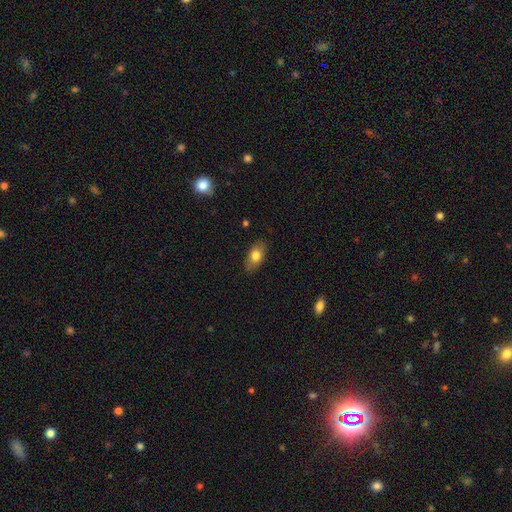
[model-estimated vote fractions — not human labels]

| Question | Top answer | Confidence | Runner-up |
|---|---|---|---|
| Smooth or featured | smooth | 76% | featured or disk (17%) |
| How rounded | in between | 90% | round (6%) |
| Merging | none | 85% | minor disturbance (12%) |